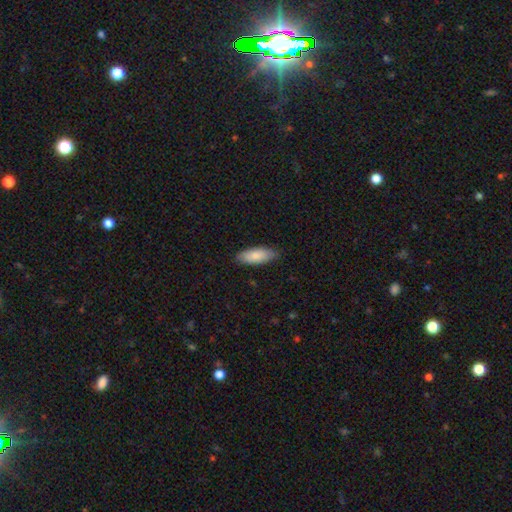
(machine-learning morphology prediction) smooth 84%, featured or disk 10%, star or artifact 5%. Down the decision tree: how rounded — in between (77%); merging — none (83%).